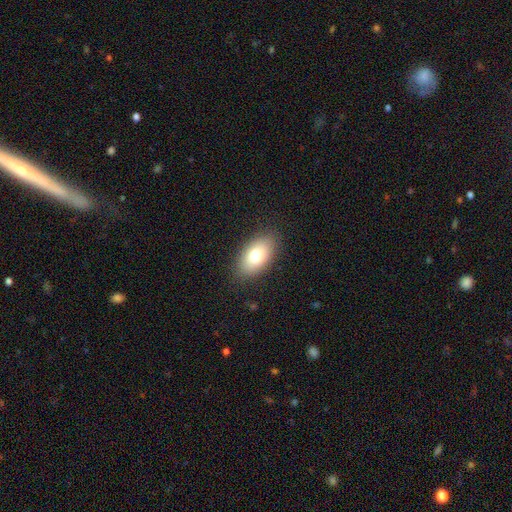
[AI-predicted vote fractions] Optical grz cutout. It shows a smooth galaxy with no disk features (75%) that is in between round and cigar-shaped (92%). Merging: none (86%).